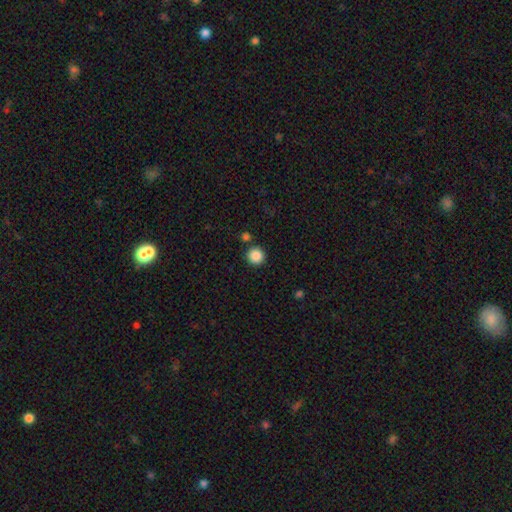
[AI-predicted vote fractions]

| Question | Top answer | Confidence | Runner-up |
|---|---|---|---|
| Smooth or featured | smooth | 87% | star or artifact (10%) |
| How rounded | round | 95% | in between (4%) |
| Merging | none | 87% | minor disturbance (6%) |